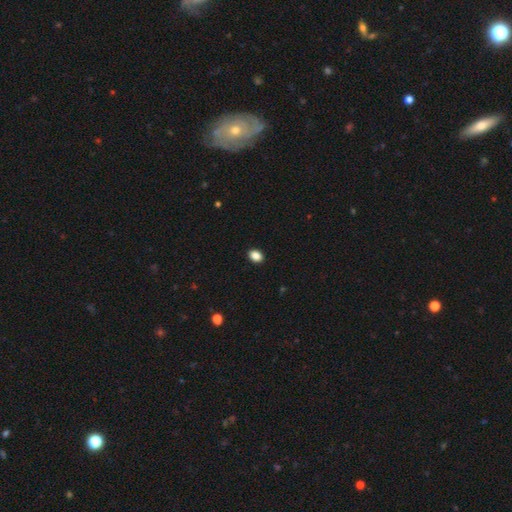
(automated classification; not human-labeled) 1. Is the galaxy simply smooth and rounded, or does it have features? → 87% smooth, 9% star or artifact, 3% featured or disk.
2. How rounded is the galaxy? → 71% in between, 27% round, 1% cigar-shaped.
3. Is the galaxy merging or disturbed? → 91% none, 6% minor disturbance, 2% major disturbance, 1% merger.